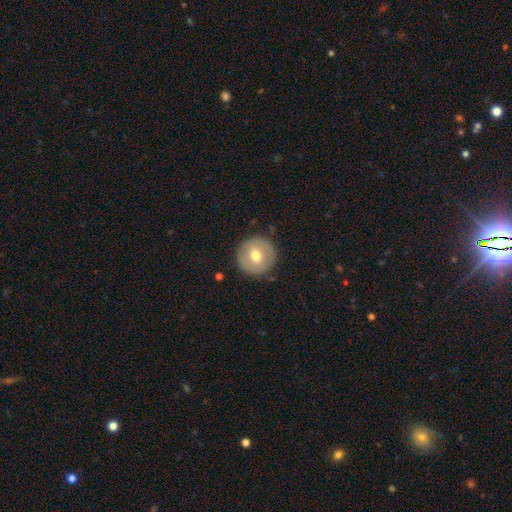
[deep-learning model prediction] smooth 63%, featured or disk 29%, star or artifact 7%. Down the decision tree: how rounded — round (95%); merging — none (87%).